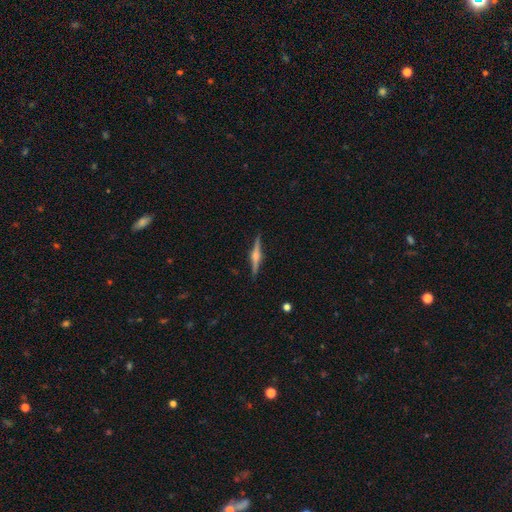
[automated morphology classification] Smooth or featured: featured or disk — 80% (smooth — 14%)
Edge-on disk: yes — 98% (no — 2%)
Edge-on bulge: rounded — 88% (boxy — 9%)
Merging: none — 90% (minor disturbance — 7%)